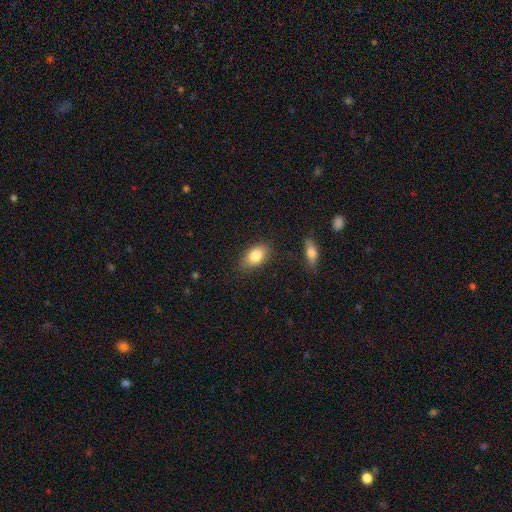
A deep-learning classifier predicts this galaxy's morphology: type=smooth (82%); roundness=in between (89%); merging=none (82%).